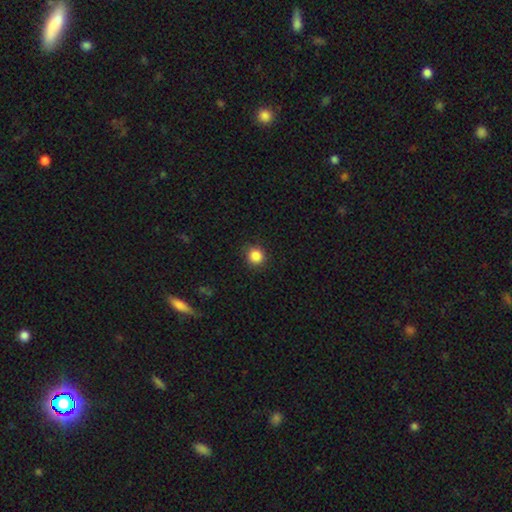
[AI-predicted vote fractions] Smooth or featured? Predicted: smooth (p=0.86). How rounded? Predicted: round (p=0.93). Merging? Predicted: none (p=0.90).